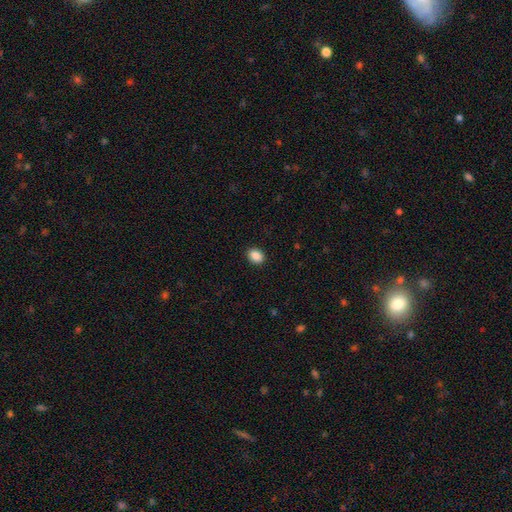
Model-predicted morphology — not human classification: This is clearly a smooth galaxy (89%). How rounded: likely in between (63%). Merging: clearly none (91%).